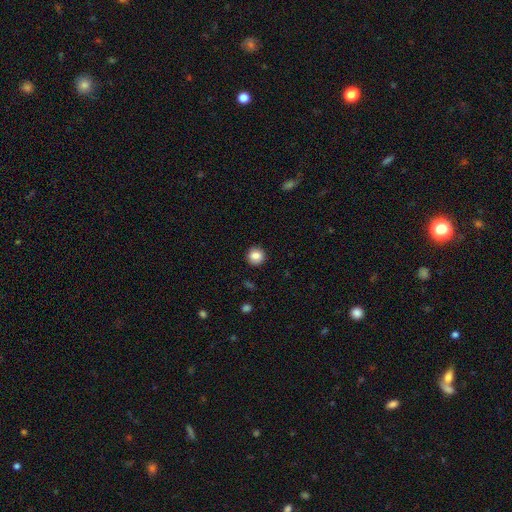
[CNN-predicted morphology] type=smooth (85%); roundness=round (90%); merging=none (90%).